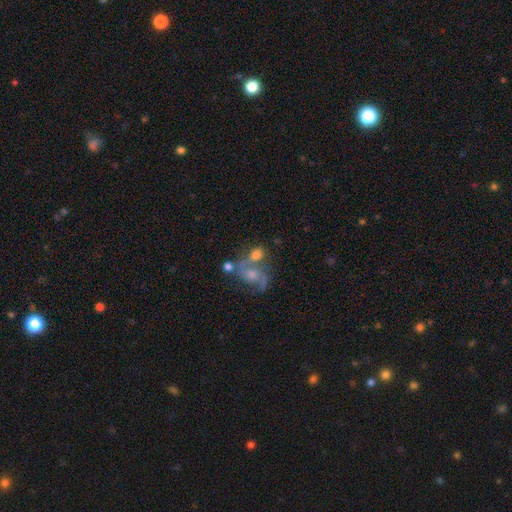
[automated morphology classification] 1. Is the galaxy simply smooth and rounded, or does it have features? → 62% featured or disk, 20% smooth, 17% star or artifact.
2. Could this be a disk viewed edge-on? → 96% no, 4% yes.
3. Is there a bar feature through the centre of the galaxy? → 65% no, 27% weak, 8% strong.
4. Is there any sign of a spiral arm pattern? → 71% yes, 29% no.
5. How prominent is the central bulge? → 47% moderate, 35% small, 9% none, 6% large, 2% dominant.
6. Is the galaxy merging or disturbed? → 41% merger, 36% none, 12% minor disturbance, 11% major disturbance.